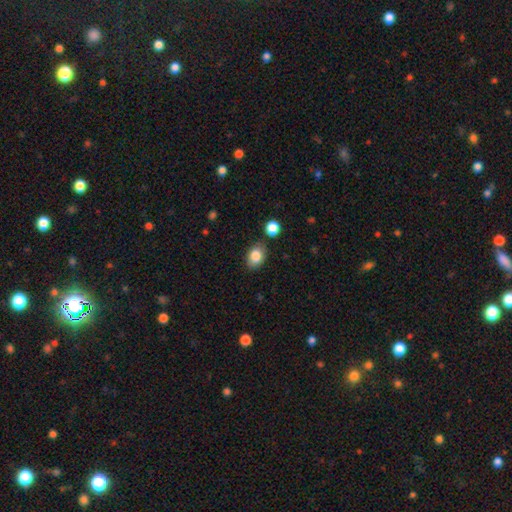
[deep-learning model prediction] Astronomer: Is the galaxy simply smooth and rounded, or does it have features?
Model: smooth — 84%.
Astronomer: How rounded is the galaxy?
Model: in between — 80%.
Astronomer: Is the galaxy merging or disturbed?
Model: none — 78%.